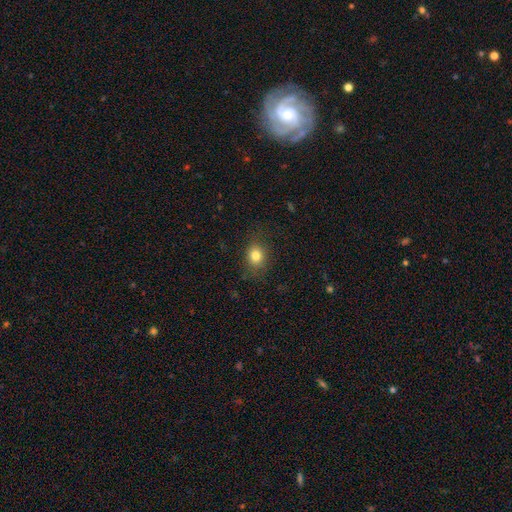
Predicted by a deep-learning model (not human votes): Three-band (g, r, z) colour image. It shows a smooth galaxy with no disk features (80%) that is round (55%). Merging: none (81%).